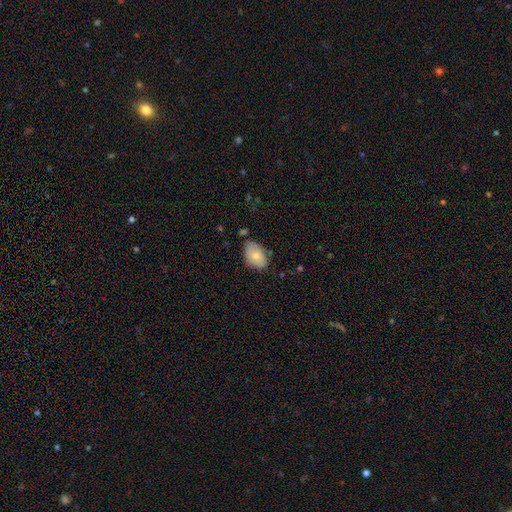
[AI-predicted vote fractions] smooth_or_featured: smooth (p=0.78) [alt: featured or disk p=0.15]
how_rounded: in between (p=0.90) [alt: round p=0.09]
merging: none (p=0.69) [alt: minor disturbance p=0.24]